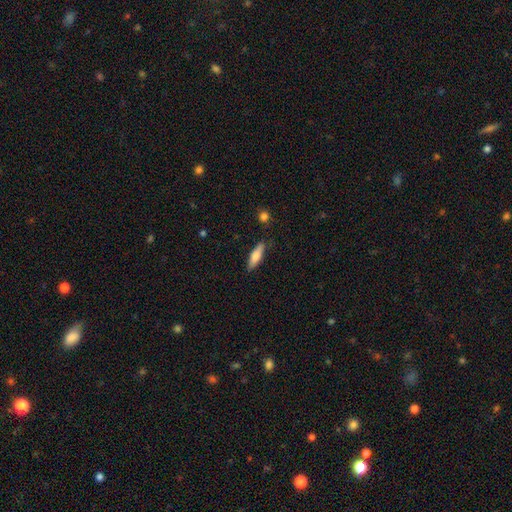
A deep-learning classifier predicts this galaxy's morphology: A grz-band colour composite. It shows a smooth galaxy with no disk features (71%) that is cigar-shaped (58%). Merging: none (83%).